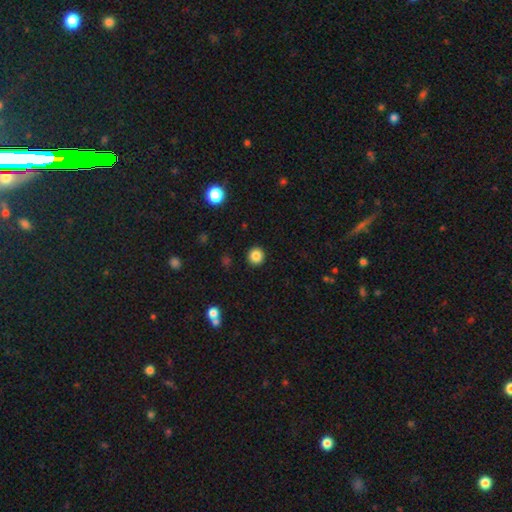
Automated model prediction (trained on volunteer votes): This appears to be a smooth galaxy with no disk features (85%) that is round (93%). Merging: none (92%).